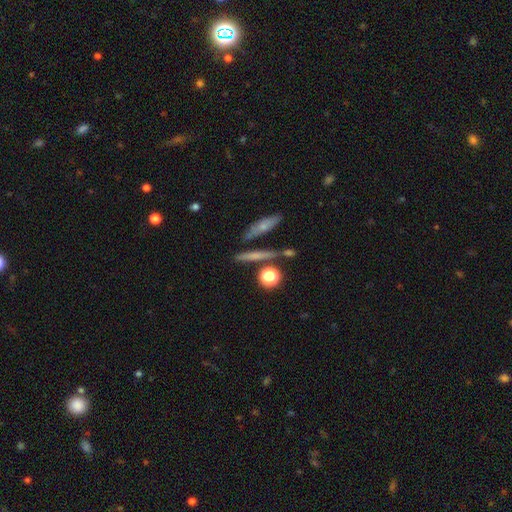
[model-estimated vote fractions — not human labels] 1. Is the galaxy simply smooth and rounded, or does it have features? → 57% smooth, 25% featured or disk, 17% star or artifact.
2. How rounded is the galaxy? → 56% cigar-shaped, 30% round, 15% in between.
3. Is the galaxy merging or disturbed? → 76% none, 10% merger, 10% minor disturbance, 4% major disturbance.